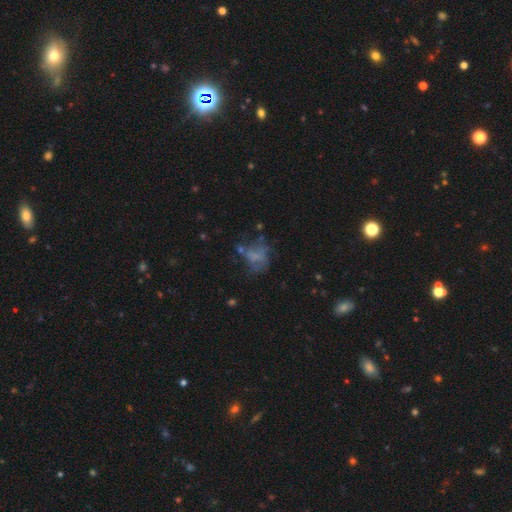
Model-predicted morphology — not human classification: A smooth galaxy with no disk features (44%).

Vote fractions:
- Smooth or featured? smooth: 44% / featured or disk: 39% / star or artifact: 17%
- Merging? none: 37% / major disturbance: 34% / minor disturbance: 20% / merger: 9%